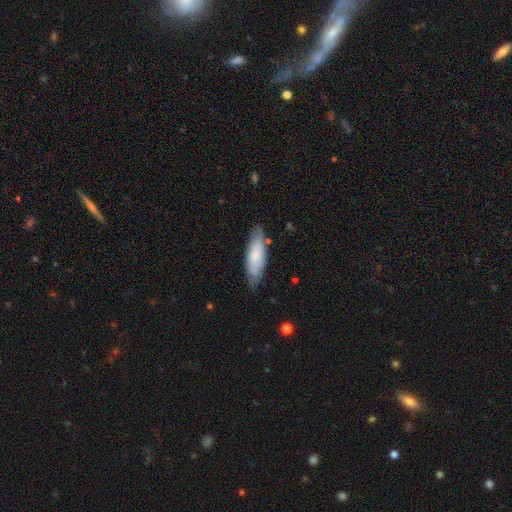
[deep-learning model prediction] The model was most divided on "how rounded": in between: 52%, cigar-shaped: 46%, round: 2%. More confident: merging — none (77%); smooth or featured — smooth (69%).